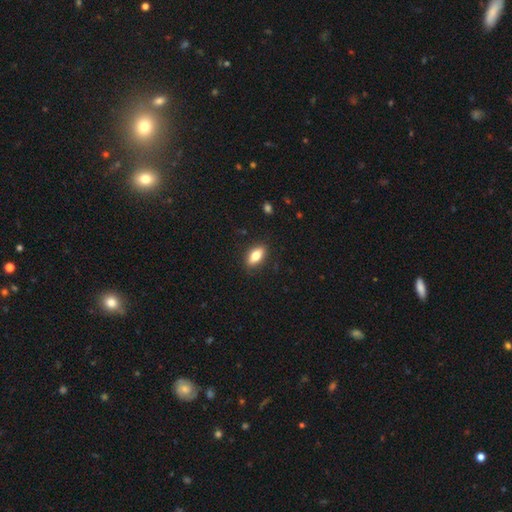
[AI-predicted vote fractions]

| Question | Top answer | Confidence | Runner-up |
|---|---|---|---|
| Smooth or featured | smooth | 73% | featured or disk (19%) |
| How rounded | in between | 83% | cigar-shaped (11%) |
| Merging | none | 87% | minor disturbance (10%) |